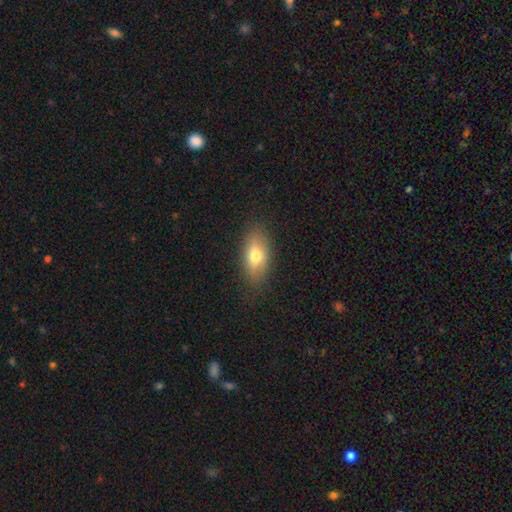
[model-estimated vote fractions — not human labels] A smooth galaxy with no disk features (69%) that is in between round and cigar-shaped (85%).

Vote fractions:
- Smooth or featured? smooth: 69% / featured or disk: 22% / star or artifact: 8%
- How rounded? in between: 85% / cigar-shaped: 9% / round: 6%
- Merging? none: 83% / minor disturbance: 12% / major disturbance: 4% / merger: 1%